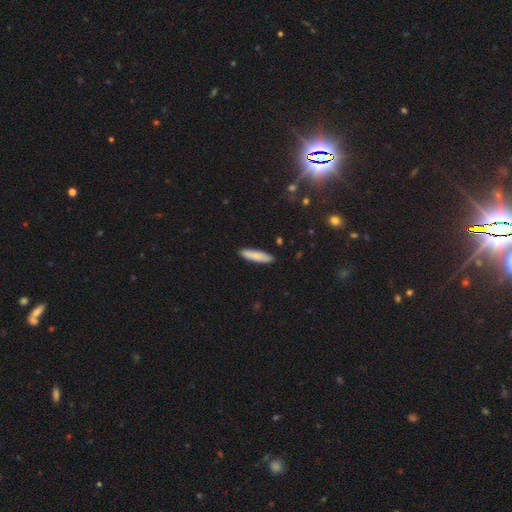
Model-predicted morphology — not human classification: type=smooth (84%); roundness=cigar-shaped (77%); merging=none (88%).